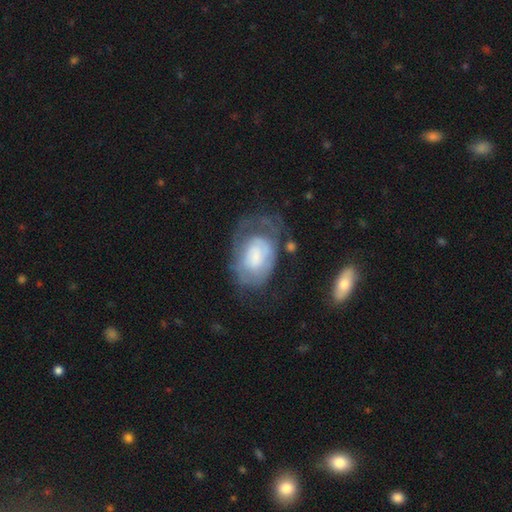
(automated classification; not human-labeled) Smooth or featured? Predicted: featured or disk (p=0.59). Edge-on disk? Predicted: no (p=0.96). Bar? Predicted: no (p=0.70). Spiral arms? Predicted: yes (p=0.67). Bulge size? Predicted: large (p=0.28). Merging? Predicted: none (p=0.37).